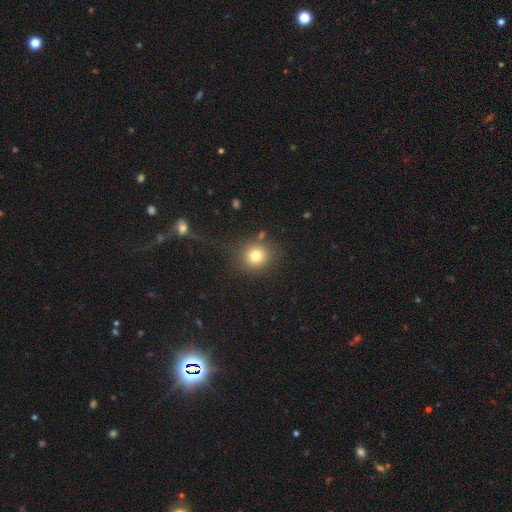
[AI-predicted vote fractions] Smooth or featured: smooth — 78% (star or artifact — 13%)
How rounded: round — 88% (in between — 11%)
Merging: none — 80% (minor disturbance — 10%)